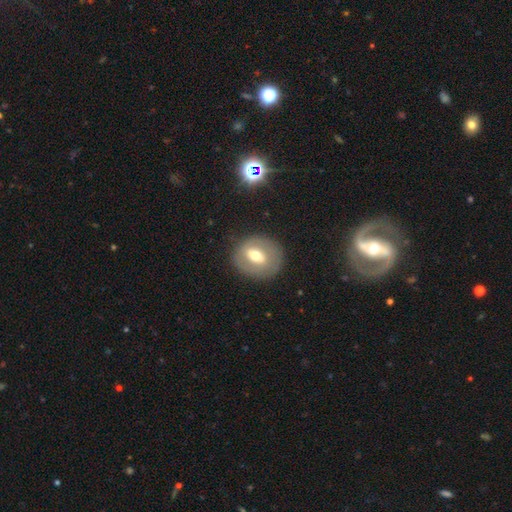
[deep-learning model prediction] Smooth or featured? Predicted: smooth (p=0.46, tied with featured or disk). Merging? Predicted: none (p=0.80).